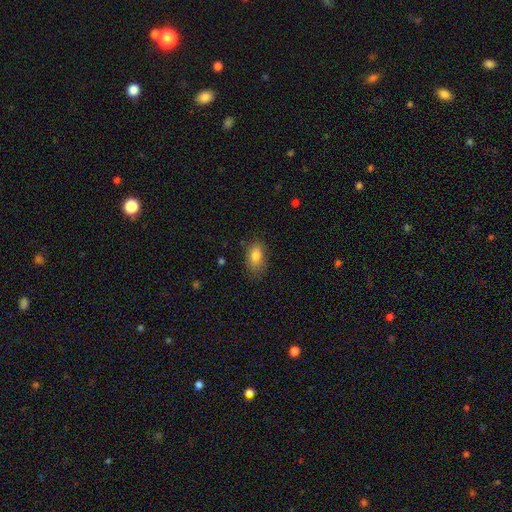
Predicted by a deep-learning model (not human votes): Smooth or featured? Predicted: smooth (p=0.82). How rounded? Predicted: in between (p=0.89). Merging? Predicted: none (p=0.72).